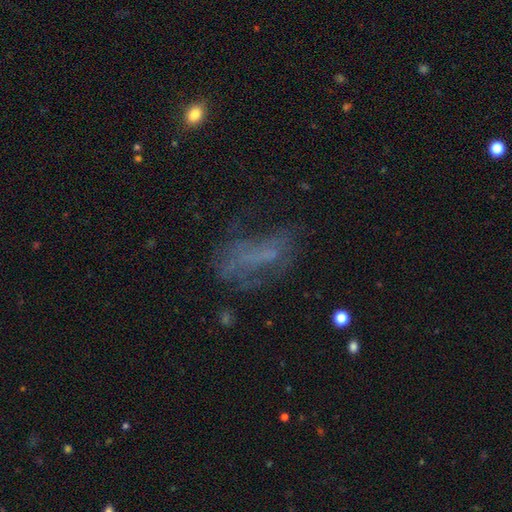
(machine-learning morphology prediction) Smooth or featured? Predicted: featured or disk (p=0.41). Merging? Predicted: none (p=0.39).